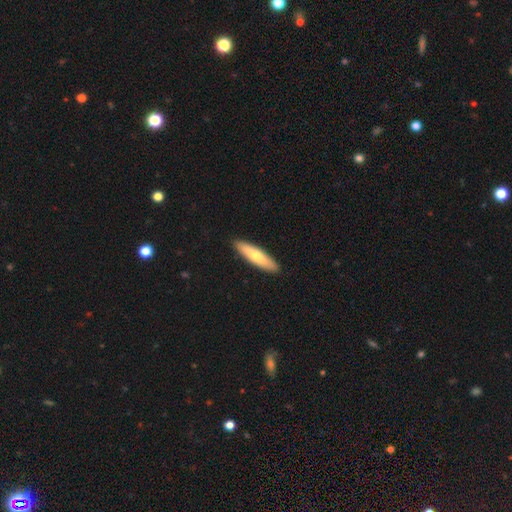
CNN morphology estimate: A smooth galaxy with no disk features (66%) that is cigar-shaped (76%).

Vote fractions:
- Smooth or featured? smooth: 66% / featured or disk: 29% / star or artifact: 5%
- How rounded? cigar-shaped: 76% / in between: 22% / round: 2%
- Merging? none: 91% / minor disturbance: 7% / major disturbance: 1% / merger: 1%